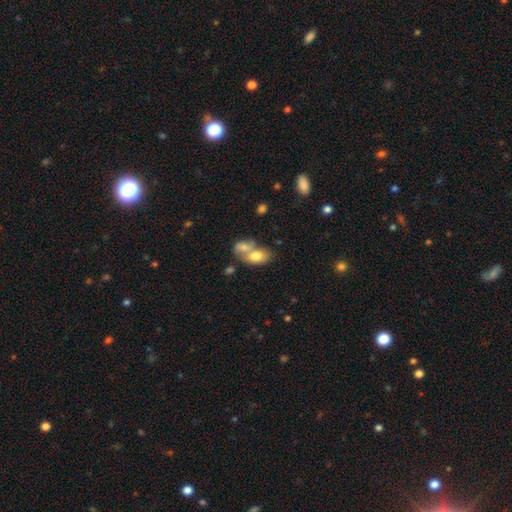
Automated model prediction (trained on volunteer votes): The model was most divided on "merging": merger: 63%, none: 24%, minor disturbance: 9%, major disturbance: 4%. More confident: how rounded — in between (86%); smooth or featured — smooth (75%).